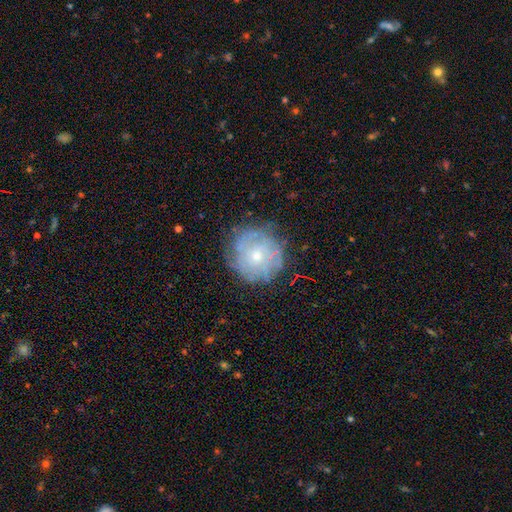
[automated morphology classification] Smooth or featured: featured or disk — 54% (smooth — 36%)
Edge-on disk: no — 97% (yes — 3%)
Bar: no — 88% (weak — 10%)
Spiral arms: no — 52% (yes — 48%)
Bulge size: small — 57% (moderate — 37%)
Merging: none — 75% (minor disturbance — 17%)